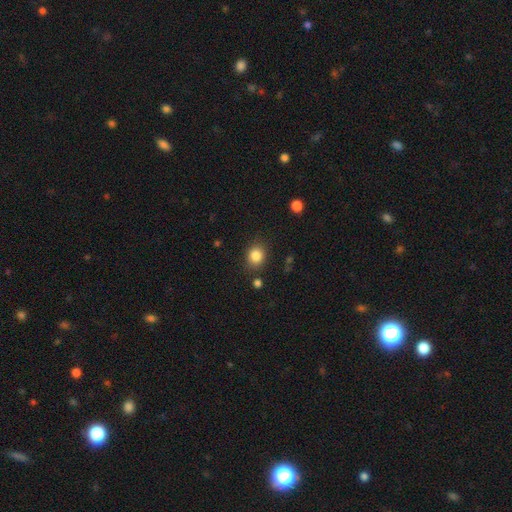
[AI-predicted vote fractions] This appears to be a smooth galaxy with no disk features (85%) that is round (66%). Merging: none (82%).